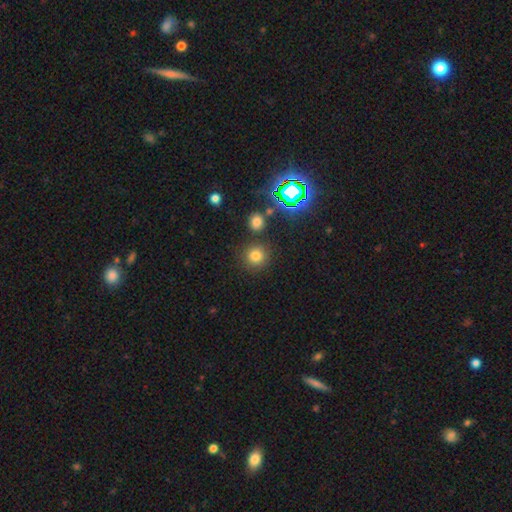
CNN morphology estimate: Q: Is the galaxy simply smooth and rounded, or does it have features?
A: smooth — 73%.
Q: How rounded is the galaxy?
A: round — 93%.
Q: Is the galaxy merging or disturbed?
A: none — 82%.